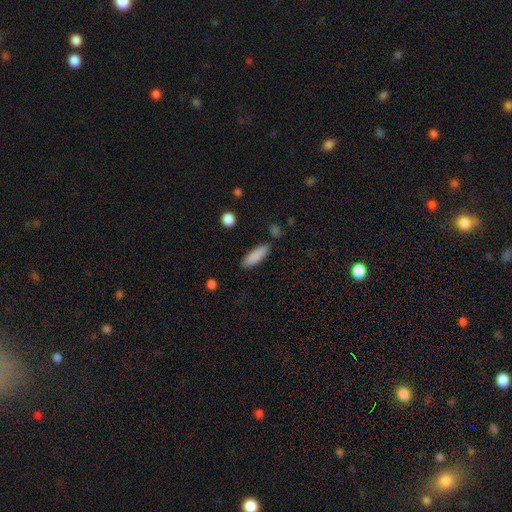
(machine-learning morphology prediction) Overall: smooth (88%). How rounded: cigar-shaped (53%; in between 45%). Merging: none (83%).